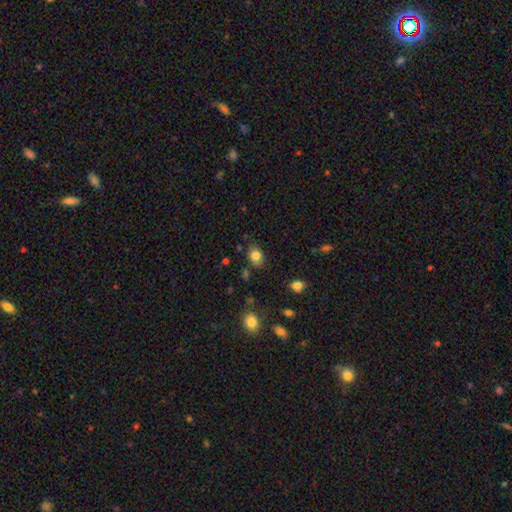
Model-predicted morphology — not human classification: This is clearly a smooth galaxy (81%). How rounded: likely in between (68%). Merging: likely none (78%).